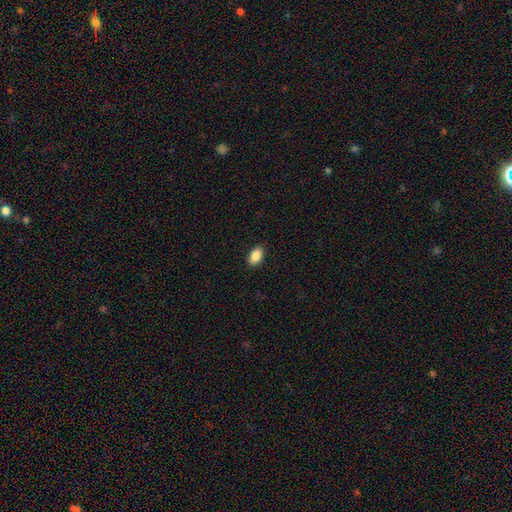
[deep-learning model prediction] smooth 88%, star or artifact 7%, featured or disk 4%. Down the decision tree: how rounded — in between (92%); merging — none (90%).